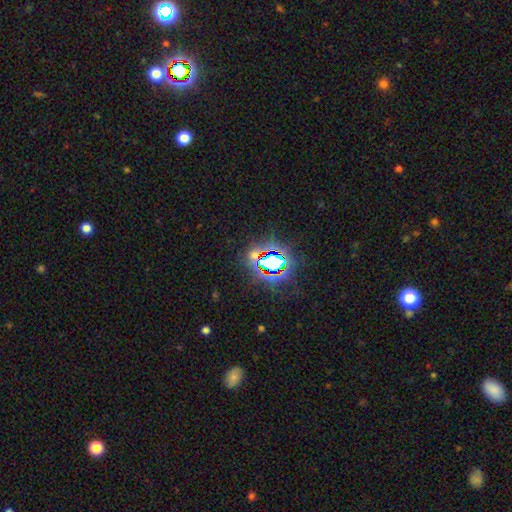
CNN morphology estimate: Smooth or featured: star or artifact — 69% (smooth — 20%)